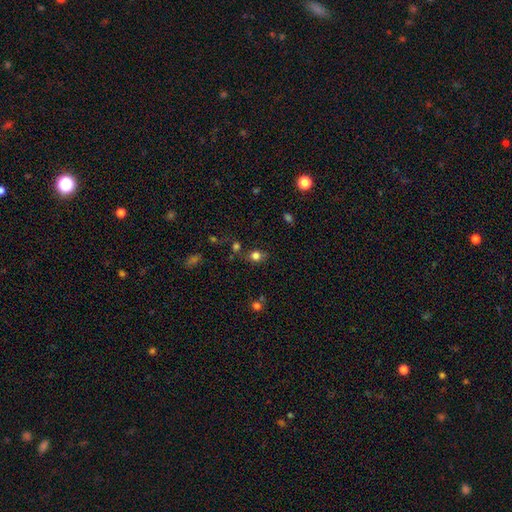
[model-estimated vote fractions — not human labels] Smooth or featured?
  - smooth: 77% *
  - star or artifact: 16%
  - featured or disk: 7%
How rounded?
  - round: 70% *
  - in between: 29%
  - cigar-shaped: 1%
Merging?
  - none: 69% *
  - minor disturbance: 15%
  - merger: 9%
  - major disturbance: 6%